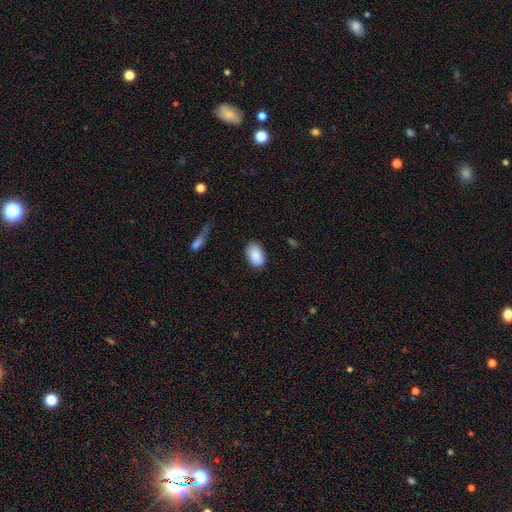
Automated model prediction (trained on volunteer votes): This appears to be a smooth galaxy with no disk features (87%) that is in between round and cigar-shaped (91%). Merging: none (81%).